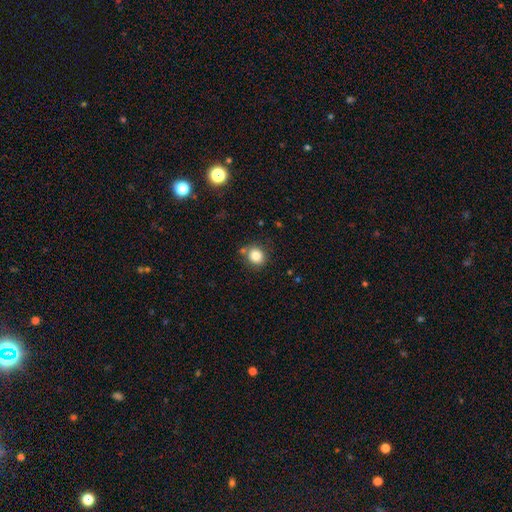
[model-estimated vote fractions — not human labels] smooth_or_featured: smooth (p=0.82) [alt: star or artifact p=0.11]
how_rounded: round (p=0.81) [alt: in between p=0.18]
merging: none (p=0.77) [alt: minor disturbance p=0.12]